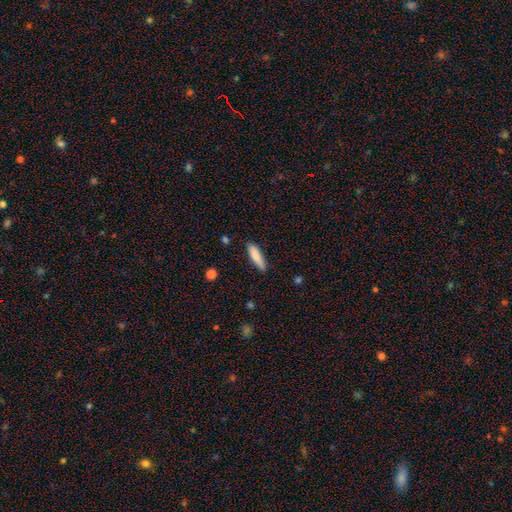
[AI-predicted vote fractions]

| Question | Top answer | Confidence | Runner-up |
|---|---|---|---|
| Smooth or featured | smooth | 83% | featured or disk (11%) |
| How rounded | cigar-shaped | 71% | in between (28%) |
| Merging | none | 84% | minor disturbance (12%) |